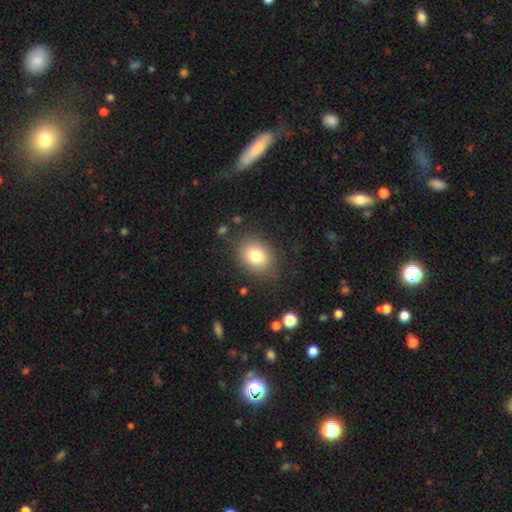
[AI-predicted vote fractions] Smooth or featured?
  - smooth: 80% *
  - star or artifact: 10%
  - featured or disk: 10%
How rounded?
  - round: 52% *
  - in between: 47%
  - cigar-shaped: 1%
Merging?
  - none: 83% *
  - minor disturbance: 11%
  - major disturbance: 4%
  - merger: 2%